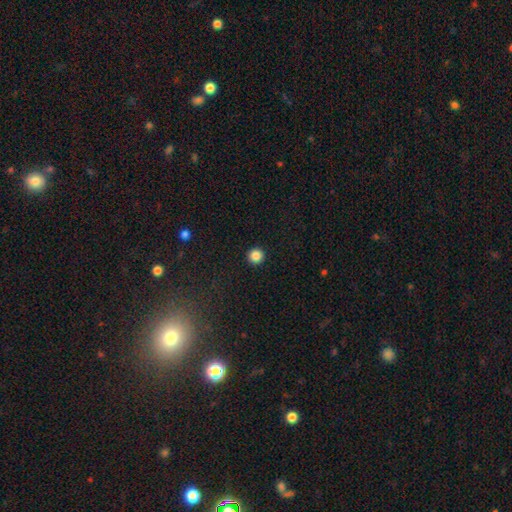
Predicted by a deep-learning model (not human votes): smooth 86%, star or artifact 11%, featured or disk 3%. Down the decision tree: how rounded — round (96%); merging — none (94%).